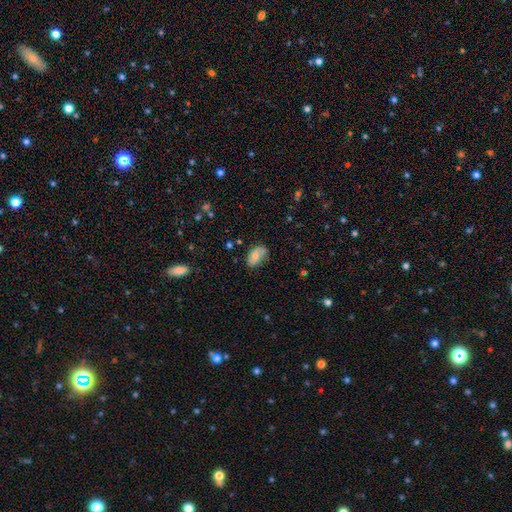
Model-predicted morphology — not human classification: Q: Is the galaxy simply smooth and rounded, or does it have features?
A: smooth — 58%.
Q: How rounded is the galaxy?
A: in between — 89%.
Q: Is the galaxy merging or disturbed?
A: none — 65%.